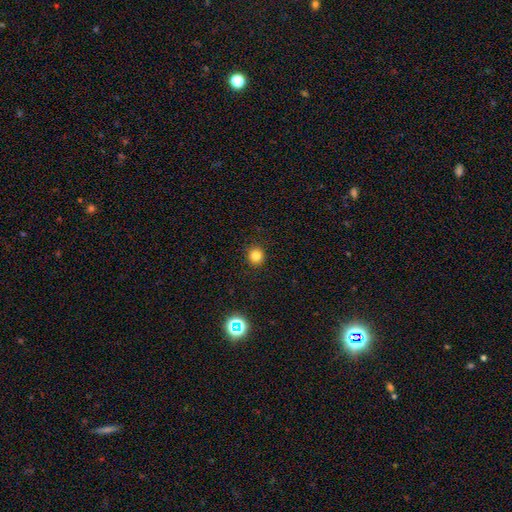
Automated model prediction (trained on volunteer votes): smooth 80%, star or artifact 14%, featured or disk 5%. Down the decision tree: how rounded — round (92%); merging — none (92%).